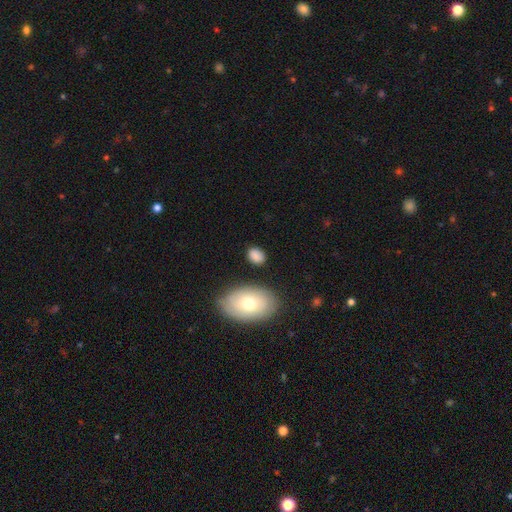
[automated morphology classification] Smooth or featured? smooth (83%)
How rounded? in between (75%)
Merging? none (77%)